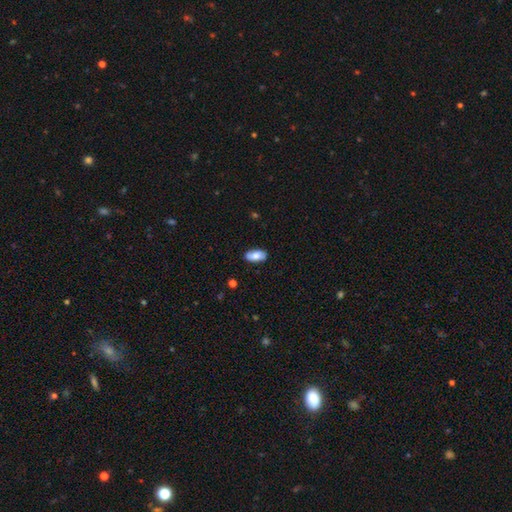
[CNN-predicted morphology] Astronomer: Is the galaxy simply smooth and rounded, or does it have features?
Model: smooth — 79%.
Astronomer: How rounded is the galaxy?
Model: in between — 93%.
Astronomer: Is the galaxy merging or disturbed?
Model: none — 84%.